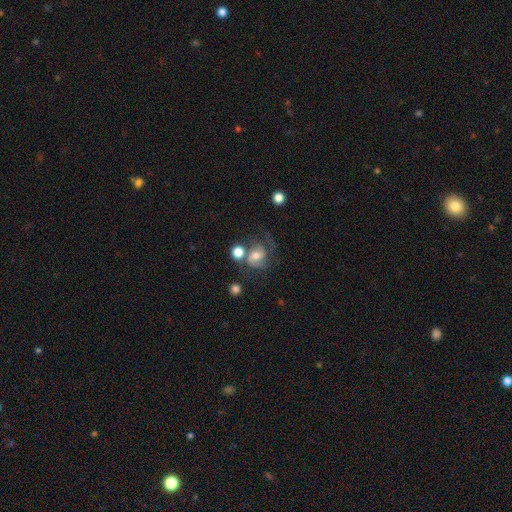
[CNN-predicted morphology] A featured or disk galaxy (60%) with no bar (56%), 2 (72%) medium (50%) spiral arms (89%) and a moderate central bulge (60%).

Vote fractions:
- Smooth or featured? featured or disk: 60% / smooth: 30% / star or artifact: 10%
- Edge-on disk? no: 97% / yes: 3%
- Bar? no: 56% / weak: 36% / strong: 8%
- Spiral arms? yes: 89% / no: 11%
- Spiral winding? medium: 50% / tight: 26% / loose: 24%
- Spiral arm count? 2: 72% / 1: 11% / can't tell: 10% / 3: 4% / 4: 1% / more than 4: 1%
- Bulge size? moderate: 60% / small: 25% / large: 11% / none: 3% / dominant: 2%
- Merging? none: 42% / merger: 21% / major disturbance: 19% / minor disturbance: 18%